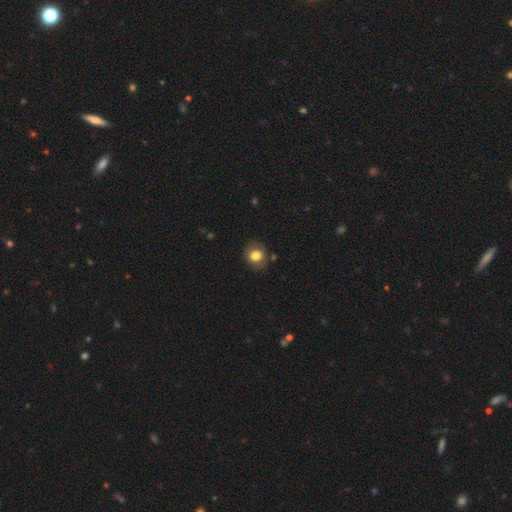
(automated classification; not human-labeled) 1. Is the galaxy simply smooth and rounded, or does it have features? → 79% smooth, 12% featured or disk, 9% star or artifact.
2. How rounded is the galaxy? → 71% round, 28% in between, 1% cigar-shaped.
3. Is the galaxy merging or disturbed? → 81% none, 13% minor disturbance, 4% major disturbance, 2% merger.